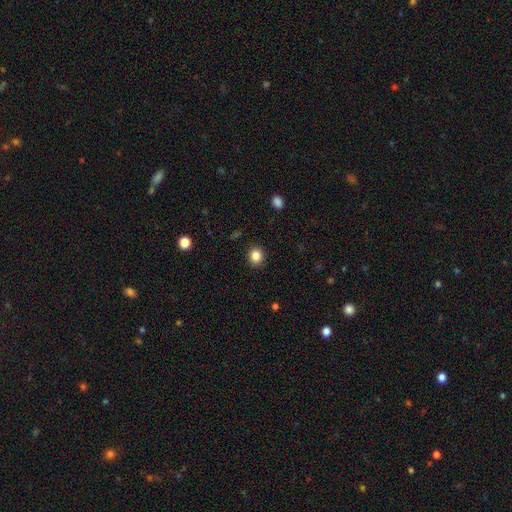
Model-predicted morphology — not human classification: Smooth or featured? smooth (85%)
How rounded? round (81%)
Merging? none (91%)